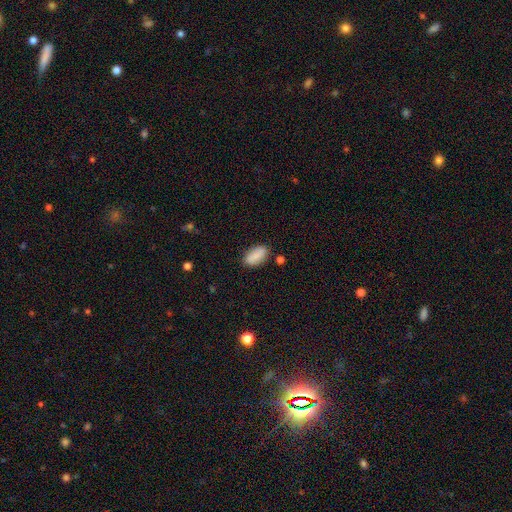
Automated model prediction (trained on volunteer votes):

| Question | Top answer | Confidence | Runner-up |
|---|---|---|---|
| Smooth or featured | smooth | 81% | featured or disk (13%) |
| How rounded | in between | 90% | cigar-shaped (7%) |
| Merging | none | 80% | minor disturbance (14%) |